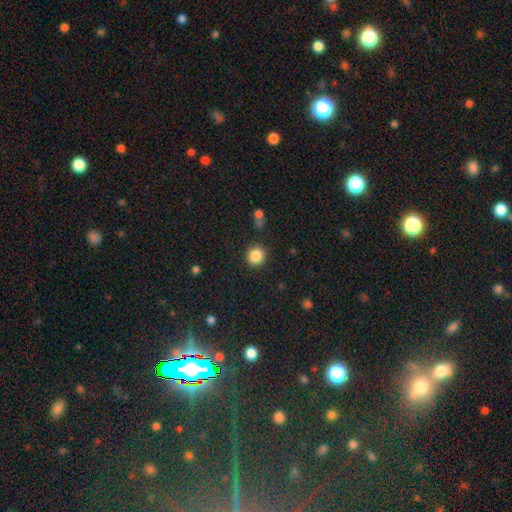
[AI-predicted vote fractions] smooth_or_featured: smooth (p=0.86) [alt: star or artifact p=0.10]
how_rounded: round (p=0.90) [alt: in between p=0.09]
merging: none (p=0.88) [alt: minor disturbance p=0.07]